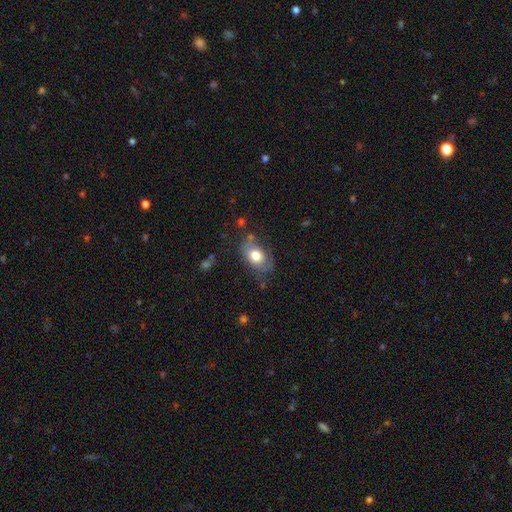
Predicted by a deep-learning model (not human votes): smooth-or-featured: smooth: 63% | featured or disk: 29% | star or artifact: 8%
  how-rounded: in between: 86% | round: 12% | cigar-shaped: 2%
  merging: none: 59% | minor disturbance: 27% | major disturbance: 11% | merger: 3%